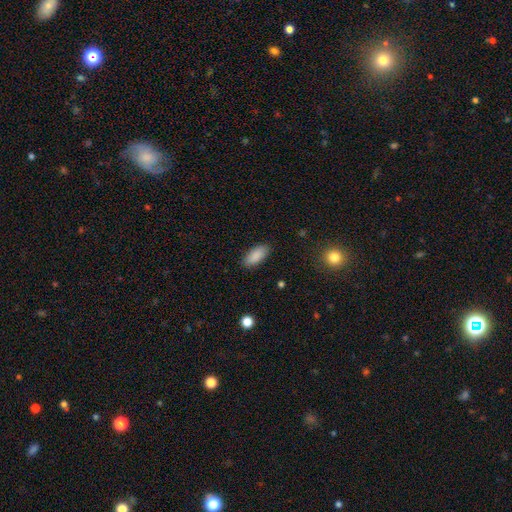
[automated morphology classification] type=smooth (89%); roundness=in between (87%); merging=none (87%).